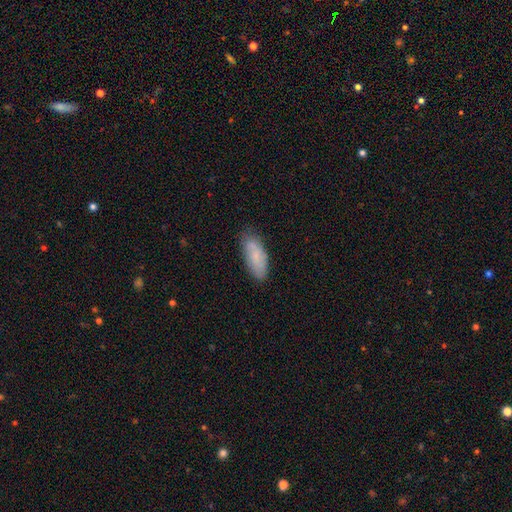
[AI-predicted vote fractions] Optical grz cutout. It shows a smooth galaxy with no disk features (73%) that is in between round and cigar-shaped (80%). Merging: none (71%).